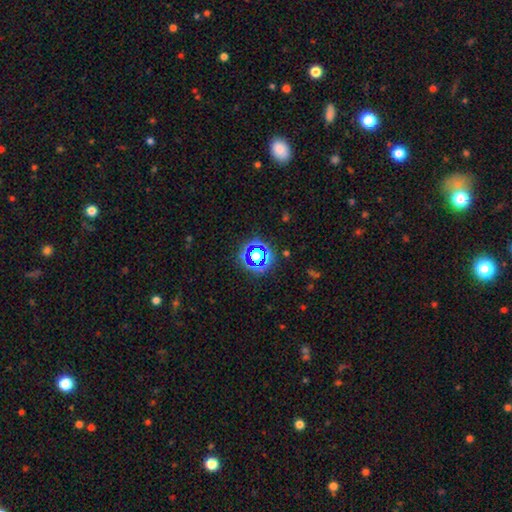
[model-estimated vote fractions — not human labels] This is possibly a star or artifact rather than a galaxy (59%).